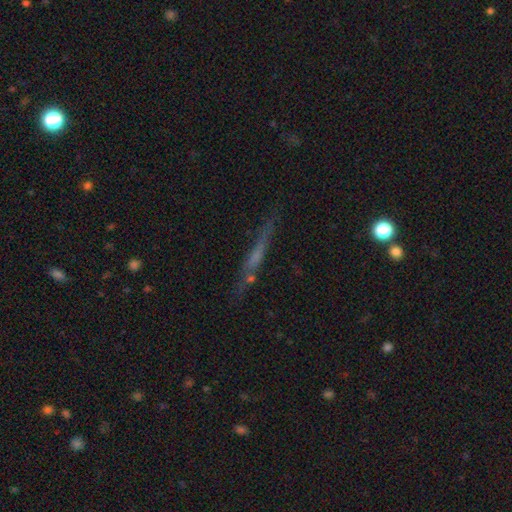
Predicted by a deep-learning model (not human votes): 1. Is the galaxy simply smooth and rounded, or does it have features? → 51% featured or disk, 33% smooth, 16% star or artifact.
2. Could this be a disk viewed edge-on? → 87% yes, 13% no.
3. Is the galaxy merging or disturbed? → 76% none, 15% minor disturbance, 5% major disturbance, 4% merger.